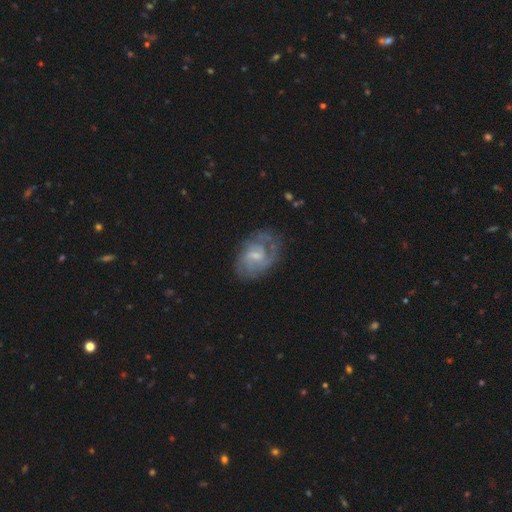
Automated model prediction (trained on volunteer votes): Smooth or featured: featured or disk — 76% (smooth — 18%)
Edge-on disk: no — 97% (yes — 3%)
Bar: weak — 61% (no — 28%)
Spiral arms: yes — 87% (no — 13%)
Spiral winding: medium — 43% (tight — 38%)
Spiral arm count: 2 — 40% (can't tell — 33%)
Bulge size: small — 50% (moderate — 35%)
Merging: none — 60% (minor disturbance — 23%)